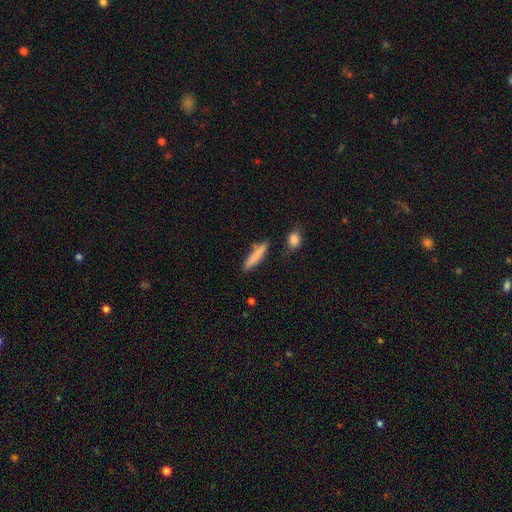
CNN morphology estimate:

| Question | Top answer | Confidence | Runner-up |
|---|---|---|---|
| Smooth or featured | smooth | 82% | featured or disk (11%) |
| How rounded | cigar-shaped | 81% | in between (17%) |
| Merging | none | 75% | minor disturbance (15%) |